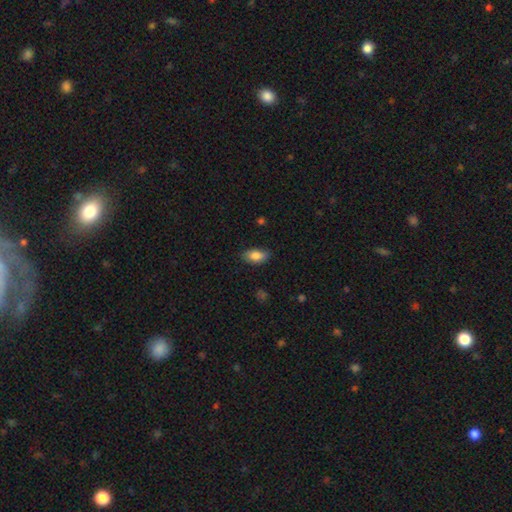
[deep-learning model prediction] The model was most divided on "merging": none: 80%, minor disturbance: 16%, major disturbance: 3%, merger: 1%. More confident: how rounded — in between (91%); smooth or featured — smooth (84%).